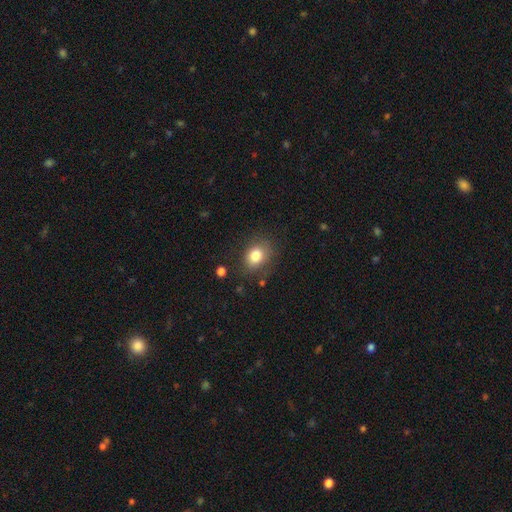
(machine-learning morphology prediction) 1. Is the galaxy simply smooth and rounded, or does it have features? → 82% smooth, 10% star or artifact, 9% featured or disk.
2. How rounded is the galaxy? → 56% in between, 43% round, 1% cigar-shaped.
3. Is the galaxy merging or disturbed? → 77% none, 15% minor disturbance, 5% major disturbance, 2% merger.